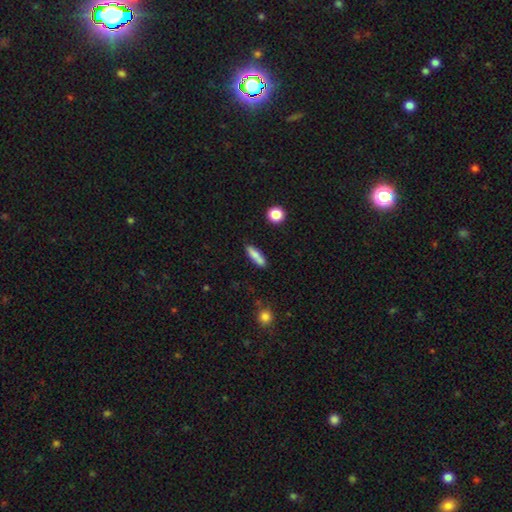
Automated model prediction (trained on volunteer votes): Q: Smooth or featured?
A: smooth (77%); runner-up: featured or disk (16%)
Q: How rounded?
A: cigar-shaped (67%); runner-up: in between (30%)
Q: Merging?
A: none (71%); runner-up: minor disturbance (14%)